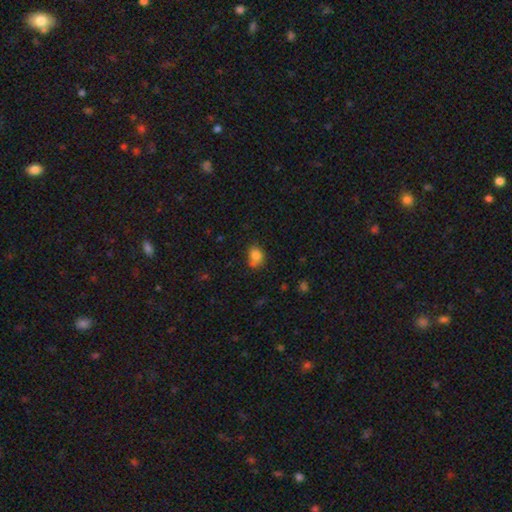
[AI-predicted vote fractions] Smooth or featured? Predicted: smooth (p=0.79). How rounded? Predicted: round (p=0.53). Merging? Predicted: none (p=0.54).